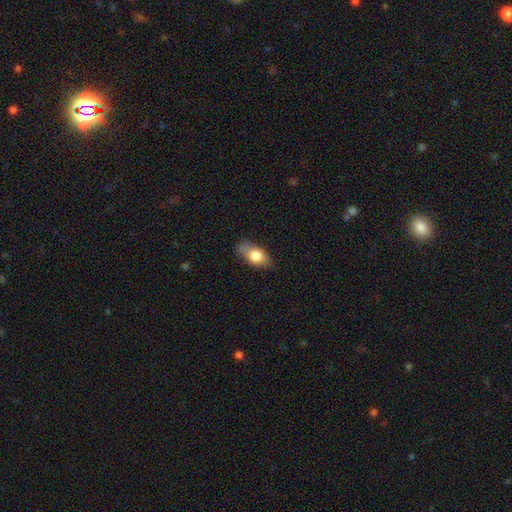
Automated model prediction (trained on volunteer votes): Smooth or featured? smooth (73%)
How rounded? in between (84%)
Merging? none (68%)